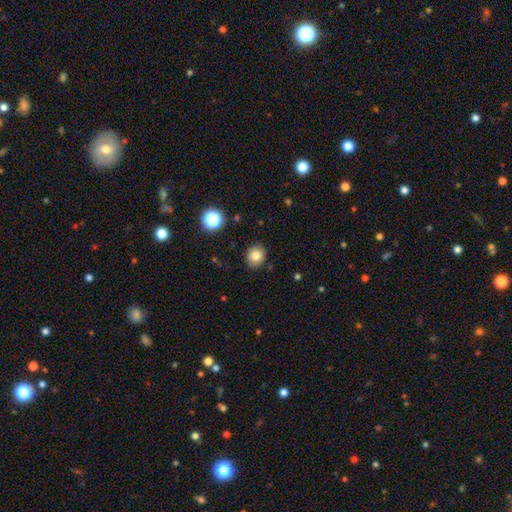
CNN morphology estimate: Q: Smooth or featured?
A: smooth (80%); runner-up: star or artifact (11%)
Q: How rounded?
A: round (69%); runner-up: in between (31%)
Q: Merging?
A: none (89%); runner-up: minor disturbance (8%)